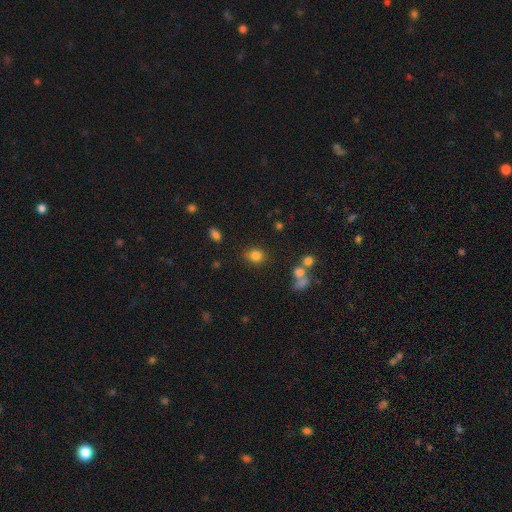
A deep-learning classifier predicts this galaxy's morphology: A smooth galaxy with no disk features (82%) that is round (65%). Merging: none (76%).